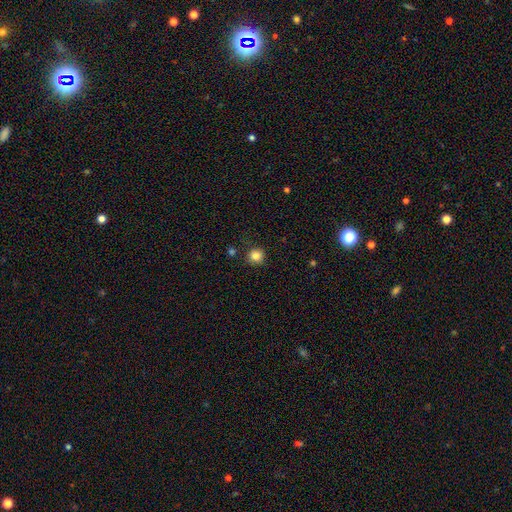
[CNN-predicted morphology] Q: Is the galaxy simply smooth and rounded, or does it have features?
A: smooth — 84%.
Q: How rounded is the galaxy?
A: round — 92%.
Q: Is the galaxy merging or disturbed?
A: none — 85%.